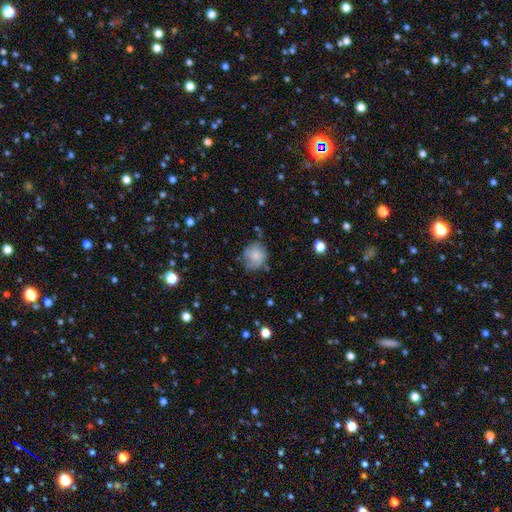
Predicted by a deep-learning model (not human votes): The model was most divided on "merging": none: 60%, minor disturbance: 28%, major disturbance: 9%, merger: 3%. More confident: how rounded — round (75%); smooth or featured — smooth (72%).